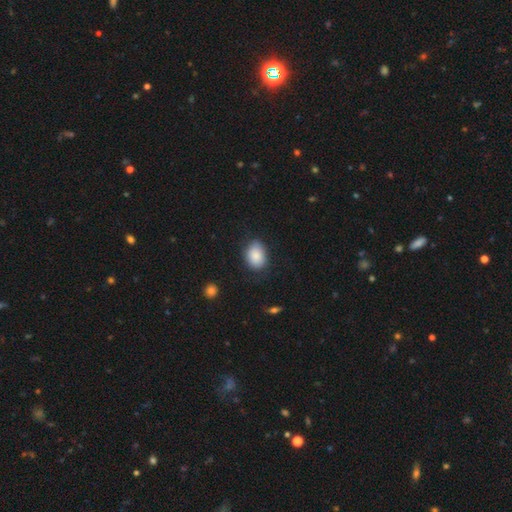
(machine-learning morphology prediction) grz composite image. It shows a smooth galaxy with no disk features (86%) that is in between round and cigar-shaped (73%). Merging: none (76%).